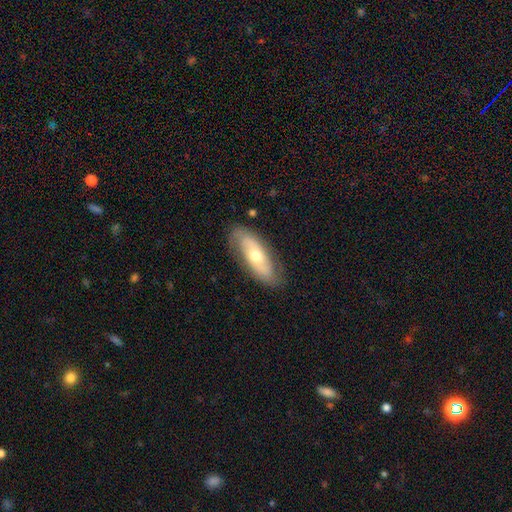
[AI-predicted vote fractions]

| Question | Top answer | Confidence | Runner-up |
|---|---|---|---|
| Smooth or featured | featured or disk | 52% | smooth (42%) |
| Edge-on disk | no | 79% | yes (21%) |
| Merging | none | 80% | minor disturbance (15%) |